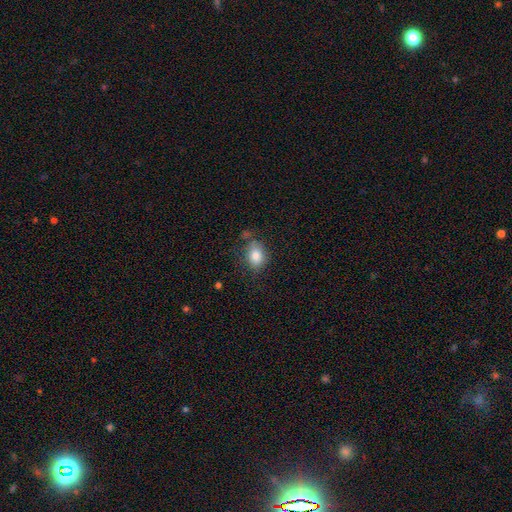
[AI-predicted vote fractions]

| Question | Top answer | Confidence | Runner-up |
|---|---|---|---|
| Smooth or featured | smooth | 82% | star or artifact (9%) |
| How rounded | in between | 68% | round (31%) |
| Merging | none | 67% | minor disturbance (21%) |